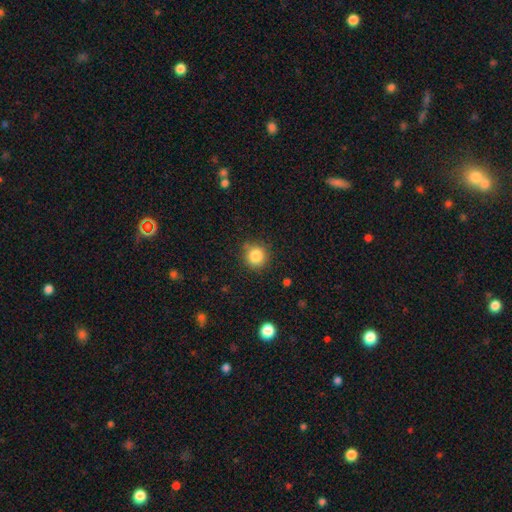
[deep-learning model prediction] smooth-or-featured: smooth: 84% | star or artifact: 11% | featured or disk: 5%
  how-rounded: round: 91% | in between: 8% | cigar-shaped: 1%
  merging: none: 84% | minor disturbance: 11% | major disturbance: 3% | merger: 2%